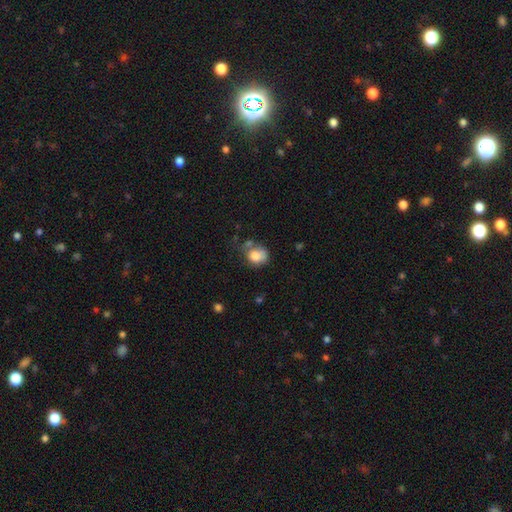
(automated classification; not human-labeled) Morphology: type=smooth (77%); roundness=round (59%); merging=none (39%).